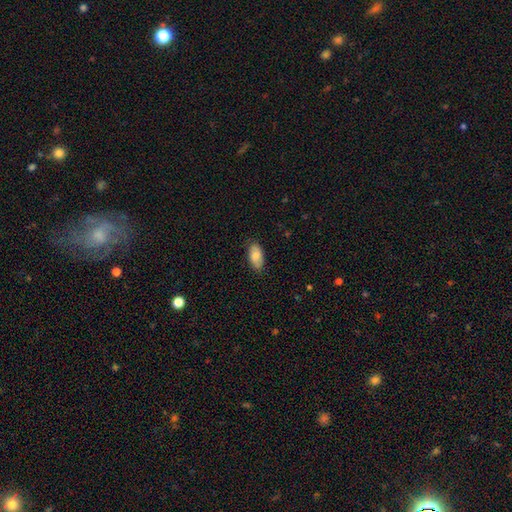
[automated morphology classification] Overall: smooth (81%). How rounded: in between (94%). Merging: none (82%).